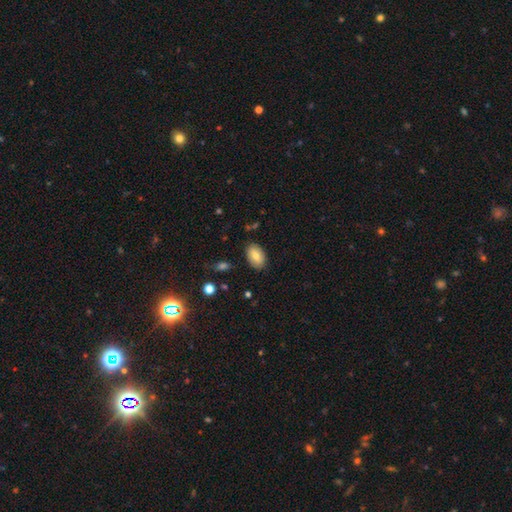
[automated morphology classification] The model was most divided on "smooth or featured": smooth: 75%, featured or disk: 17%, star or artifact: 8%. More confident: how rounded — in between (90%); merging — none (84%).